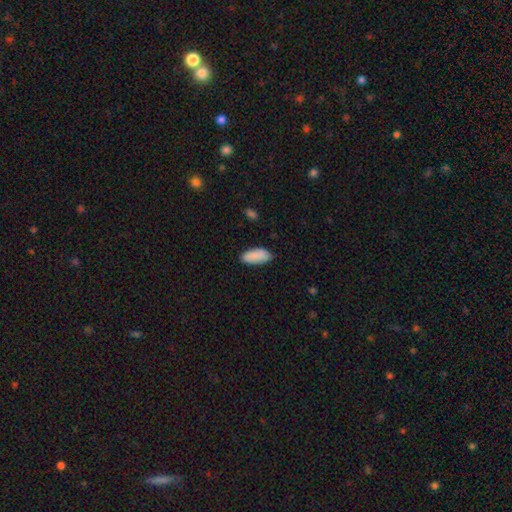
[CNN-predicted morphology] type=smooth (89%); roundness=in between (87%); merging=none (78%).